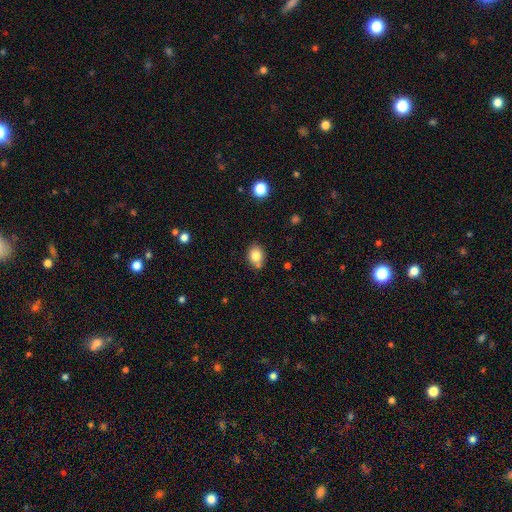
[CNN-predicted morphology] Smooth or featured? smooth (81%)
How rounded? in between (59%)
Merging? none (73%)